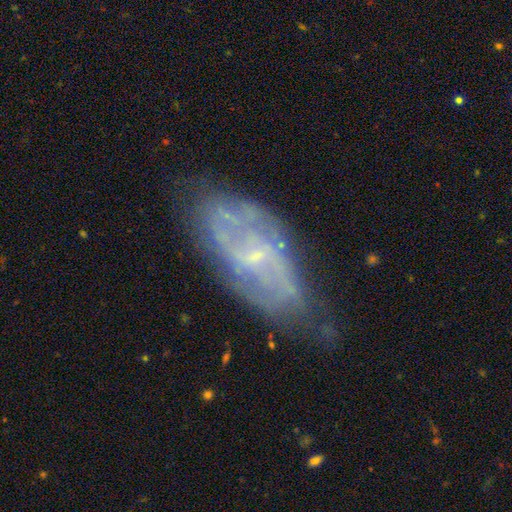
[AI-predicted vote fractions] featured or disk 74%, smooth 18%, star or artifact 8%. Down the decision tree: edge-on disk — no (93%); bar — no (45%); spiral arms — yes (73%); spiral arm count — can't tell (43%); spiral winding — medium (41%); bulge size — small (73%); merging — none (59%).